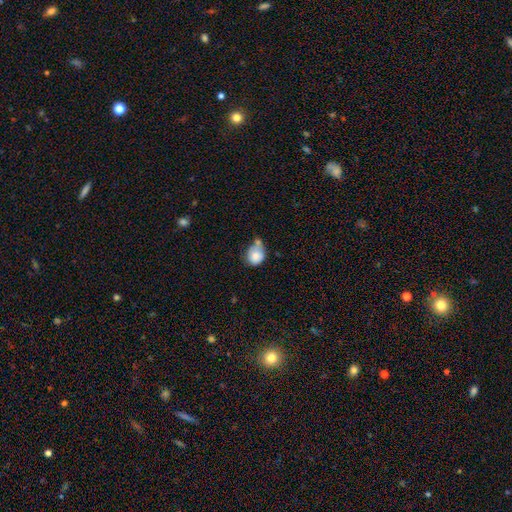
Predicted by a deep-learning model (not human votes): Smooth or featured? Predicted: smooth (p=0.79). How rounded? Predicted: round (p=0.70). Merging? Predicted: none (p=0.38).